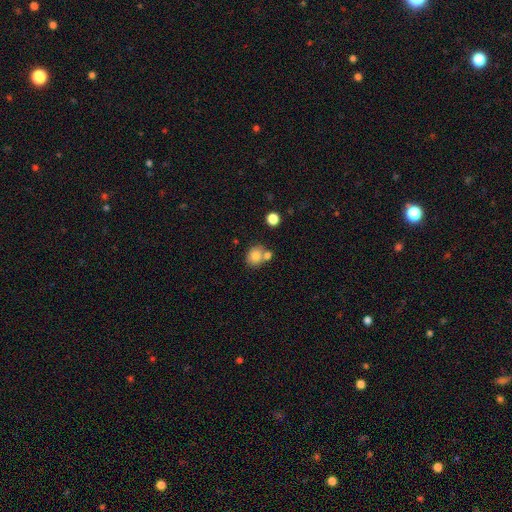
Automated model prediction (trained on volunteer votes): Smooth or featured?
  - smooth: 80% *
  - star or artifact: 10%
  - featured or disk: 9%
How rounded?
  - round: 66% *
  - in between: 33%
  - cigar-shaped: 1%
Merging?
  - none: 53% *
  - merger: 33%
  - minor disturbance: 10%
  - major disturbance: 3%